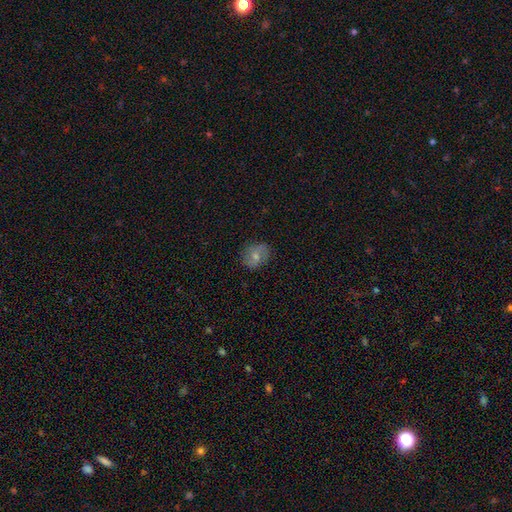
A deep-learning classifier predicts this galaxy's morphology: smooth_or_featured: smooth (p=0.55) [alt: featured or disk p=0.36]
how_rounded: round (p=0.57) [alt: in between p=0.41]
merging: none (p=0.79) [alt: minor disturbance p=0.15]